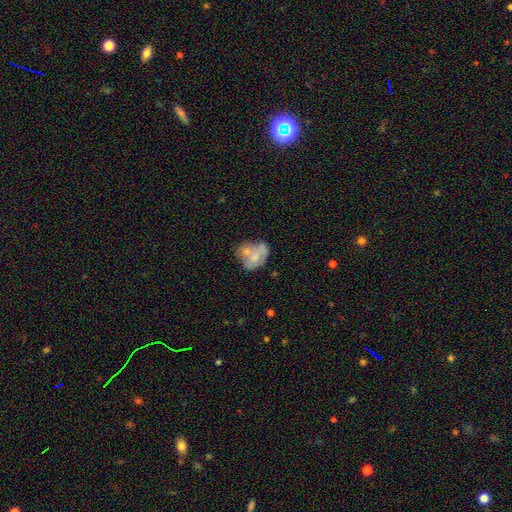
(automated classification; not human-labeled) This appears to be a smooth galaxy with no disk features (53%) that is in between round and cigar-shaped (74%). Merging: merger (48%).